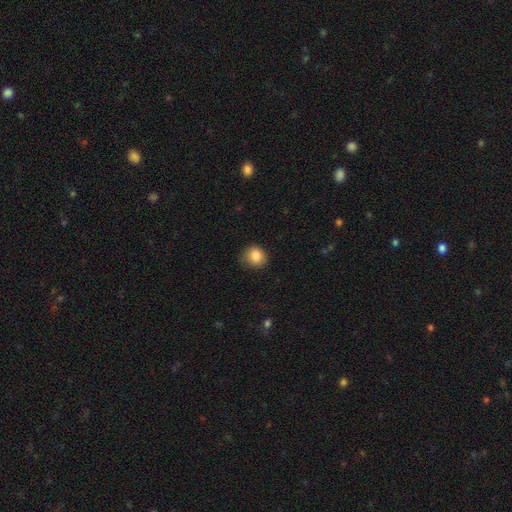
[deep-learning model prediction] A smooth galaxy with no disk features (85%) that is round (75%). Merging: none (76%).